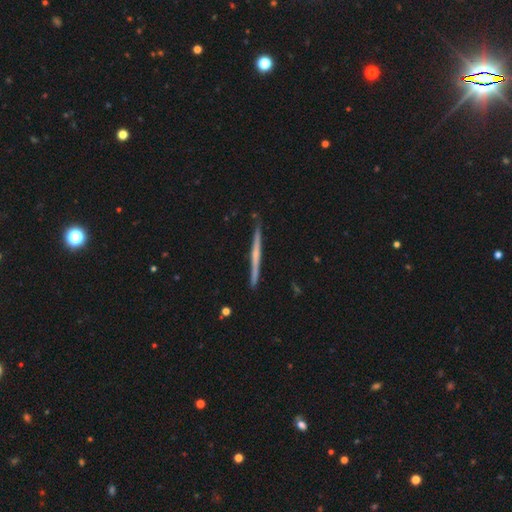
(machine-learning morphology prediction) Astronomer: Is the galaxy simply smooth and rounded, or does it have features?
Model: featured or disk — 68%.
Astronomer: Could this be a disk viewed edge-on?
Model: yes — 98%.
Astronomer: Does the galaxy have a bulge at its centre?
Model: none — 59%.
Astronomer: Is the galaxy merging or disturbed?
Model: none — 90%.